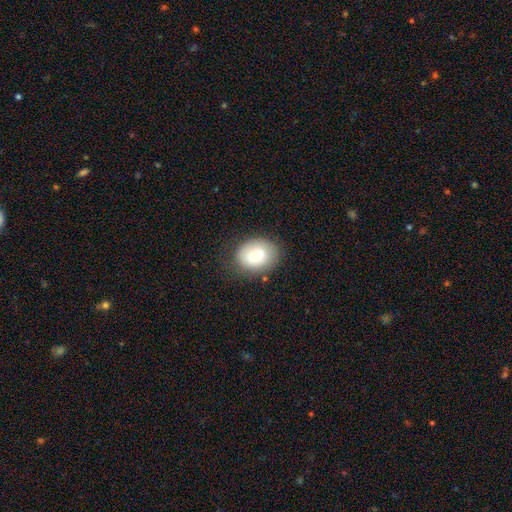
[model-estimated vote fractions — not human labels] A smooth galaxy with no disk features (75%) that is in between round and cigar-shaped (59%). Merging: none (74%).